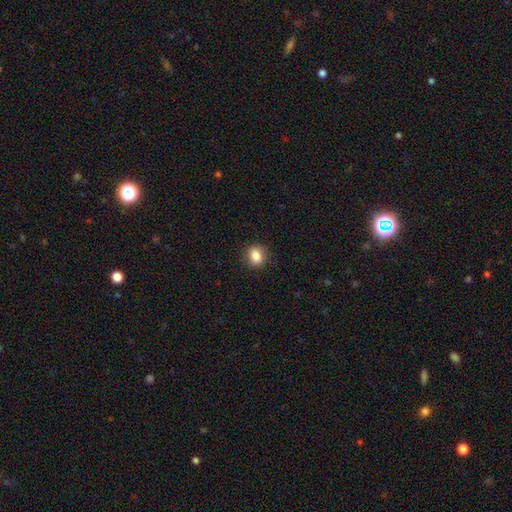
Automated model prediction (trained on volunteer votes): A smooth galaxy with no disk features (84%) that is round (56%).

Vote fractions:
- Smooth or featured? smooth: 84% / star or artifact: 10% / featured or disk: 6%
- How rounded? round: 56% / in between: 43% / cigar-shaped: 1%
- Merging? none: 88% / minor disturbance: 9% / major disturbance: 2% / merger: 1%